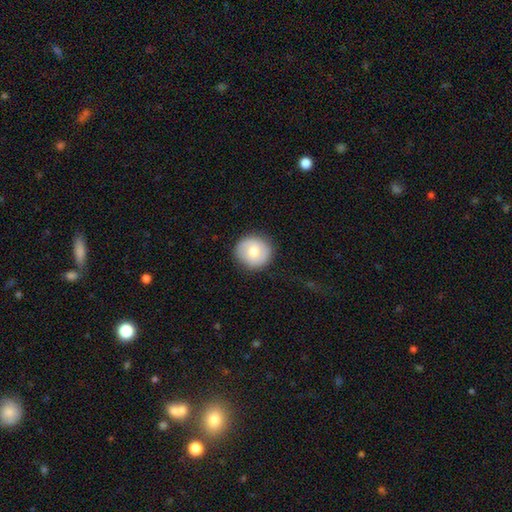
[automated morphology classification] type=smooth (69%); roundness=round (89%); merging=none (87%).